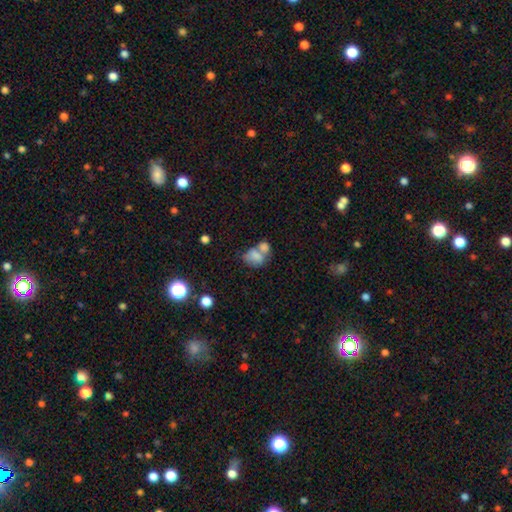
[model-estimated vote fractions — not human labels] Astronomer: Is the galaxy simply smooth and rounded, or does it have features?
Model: smooth — 70%.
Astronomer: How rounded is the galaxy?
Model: in between — 68%.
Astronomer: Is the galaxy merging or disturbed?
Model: merger — 60%.